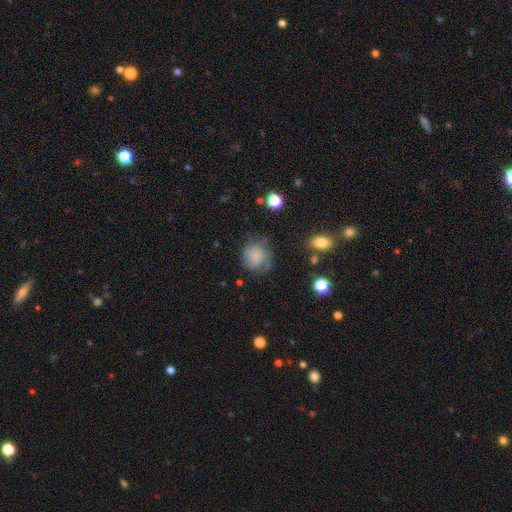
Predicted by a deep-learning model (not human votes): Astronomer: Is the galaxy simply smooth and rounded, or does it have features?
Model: smooth — 75%.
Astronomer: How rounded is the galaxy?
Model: round — 78%.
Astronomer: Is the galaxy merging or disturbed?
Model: none — 57%.